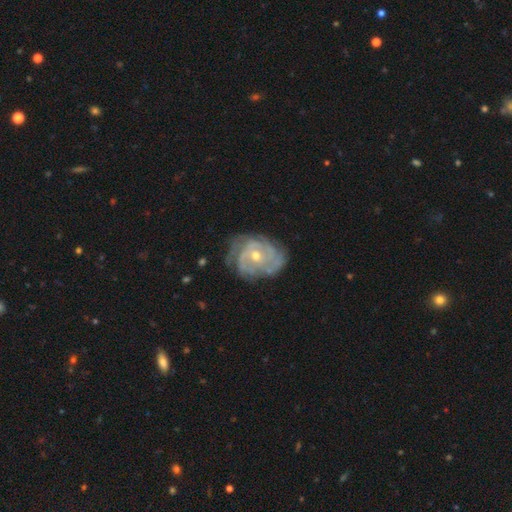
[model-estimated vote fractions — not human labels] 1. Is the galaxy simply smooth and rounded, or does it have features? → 84% featured or disk, 10% smooth, 6% star or artifact.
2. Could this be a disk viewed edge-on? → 97% no, 3% yes.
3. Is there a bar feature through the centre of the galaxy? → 72% no, 23% weak, 5% strong.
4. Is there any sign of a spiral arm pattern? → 91% yes, 9% no.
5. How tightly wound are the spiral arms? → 67% tight, 26% medium, 7% loose.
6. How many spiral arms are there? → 37% can't tell, 21% 3, 21% 2, 10% 4, 6% 1, 6% more than 4.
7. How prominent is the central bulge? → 52% moderate, 46% small, 1% large, 1% none, 1% dominant.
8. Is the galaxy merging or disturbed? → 62% none, 25% minor disturbance, 11% major disturbance, 2% merger.